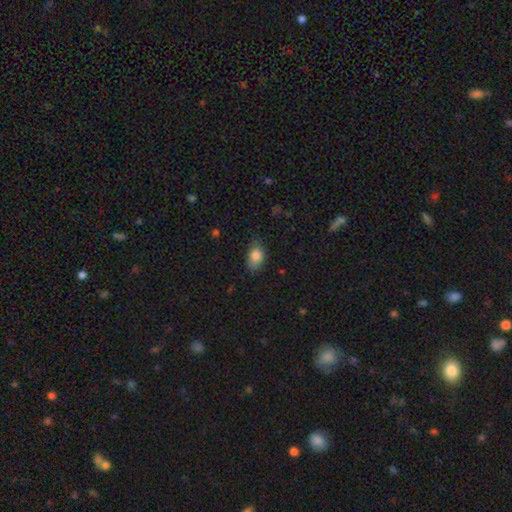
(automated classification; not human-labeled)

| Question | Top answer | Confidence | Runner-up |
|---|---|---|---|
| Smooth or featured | smooth | 84% | star or artifact (8%) |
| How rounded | in between | 85% | round (13%) |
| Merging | none | 70% | minor disturbance (23%) |